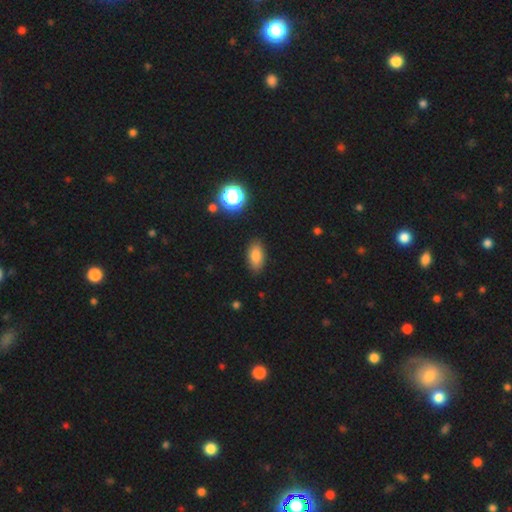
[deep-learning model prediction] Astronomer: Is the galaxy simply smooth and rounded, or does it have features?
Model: smooth — 83%.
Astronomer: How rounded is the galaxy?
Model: in between — 90%.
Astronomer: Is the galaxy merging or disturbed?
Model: none — 87%.